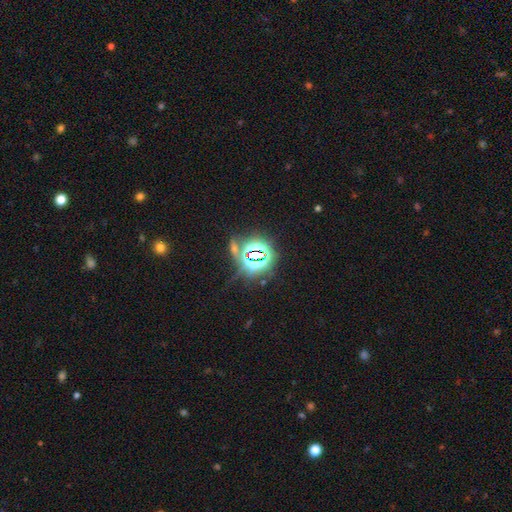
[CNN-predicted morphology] Smooth or featured?
  - star or artifact: 82% *
  - smooth: 11%
  - featured or disk: 7%